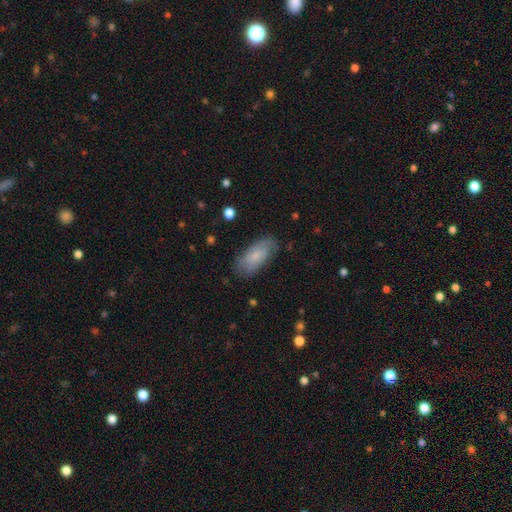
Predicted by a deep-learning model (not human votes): Smooth or featured? smooth (53%)
How rounded? in between (87%)
Merging? none (72%)